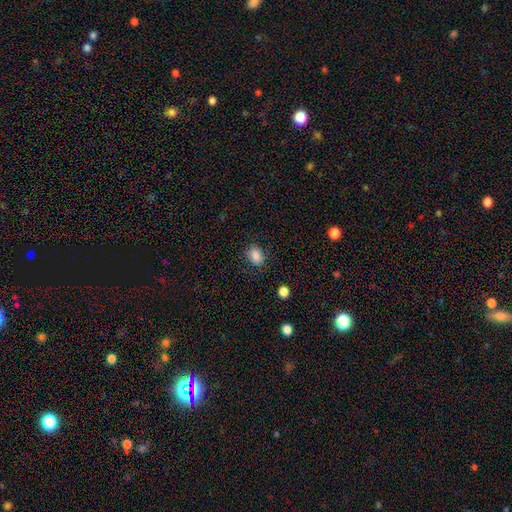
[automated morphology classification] Smooth or featured? smooth (84%)
How rounded? in between (69%)
Merging? none (83%)